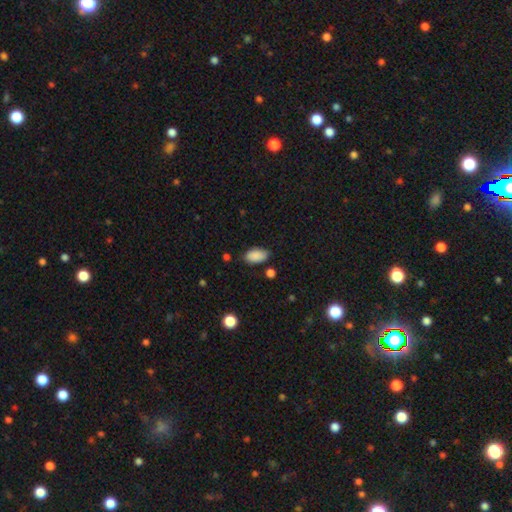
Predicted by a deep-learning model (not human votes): Smooth or featured? Predicted: smooth (p=0.88). How rounded? Predicted: in between (p=0.94). Merging? Predicted: none (p=0.78).